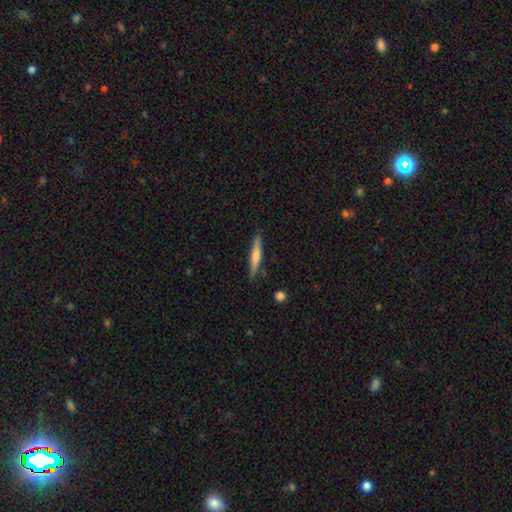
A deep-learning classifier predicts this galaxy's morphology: Smooth or featured? Predicted: smooth (p=0.53). How rounded? Predicted: cigar-shaped (p=0.93). Merging? Predicted: none (p=0.86).